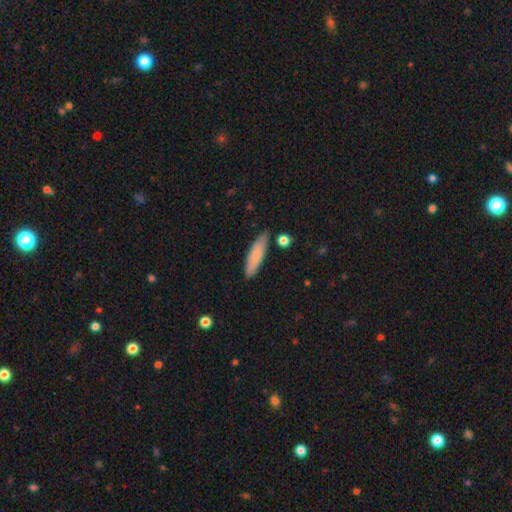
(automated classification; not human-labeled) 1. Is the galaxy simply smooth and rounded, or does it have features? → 78% smooth, 16% featured or disk, 6% star or artifact.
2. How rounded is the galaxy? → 68% cigar-shaped, 30% in between, 2% round.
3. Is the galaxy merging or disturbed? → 82% none, 13% minor disturbance, 3% merger, 2% major disturbance.